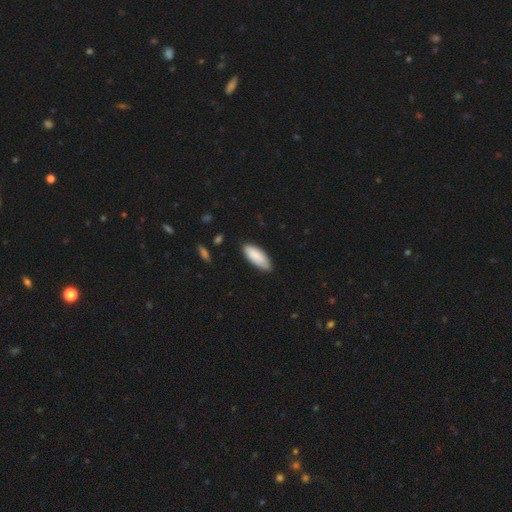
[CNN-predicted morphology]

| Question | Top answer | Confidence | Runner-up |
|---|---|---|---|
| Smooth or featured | smooth | 88% | featured or disk (7%) |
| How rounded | in between | 80% | cigar-shaped (18%) |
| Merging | none | 80% | minor disturbance (16%) |